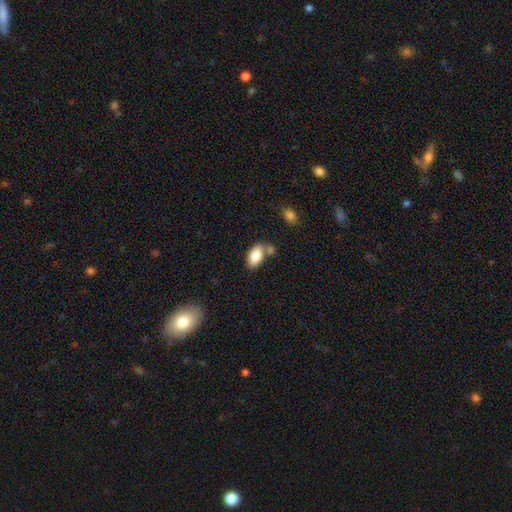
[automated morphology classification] Smooth or featured: smooth — 83% (featured or disk — 10%)
How rounded: in between — 93% (round — 4%)
Merging: none — 59% (merger — 21%)